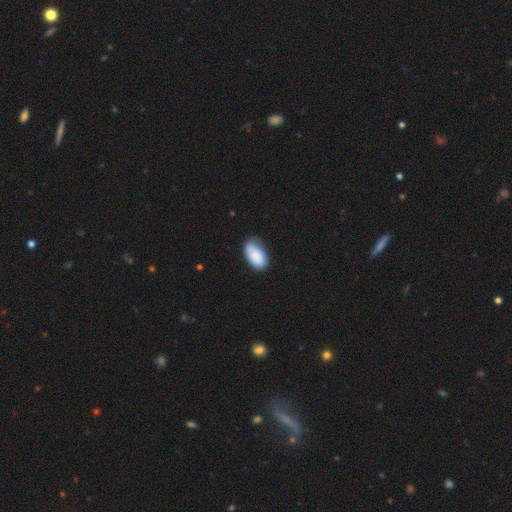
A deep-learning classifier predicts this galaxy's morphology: Smooth or featured? Predicted: smooth (p=0.85). How rounded? Predicted: in between (p=0.95). Merging? Predicted: none (p=0.71).